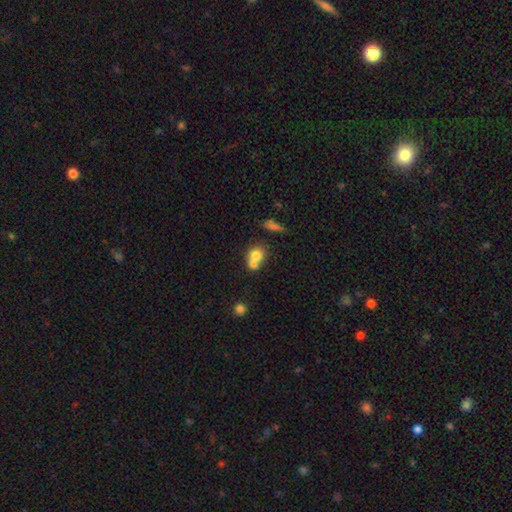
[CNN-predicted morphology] type=smooth (72%); roundness=round (69%); merging=merger (62%).